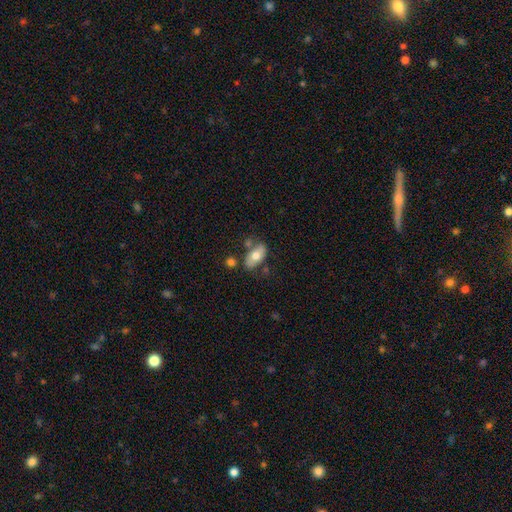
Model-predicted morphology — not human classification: type=smooth (67%); roundness=in between (90%); merging=none (68%).